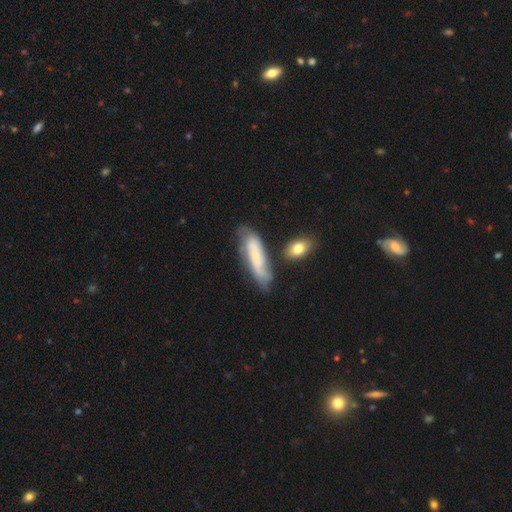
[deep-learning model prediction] Smooth or featured? Predicted: featured or disk (p=0.54). Edge-on disk? Predicted: no (p=0.76). Merging? Predicted: none (p=0.58).